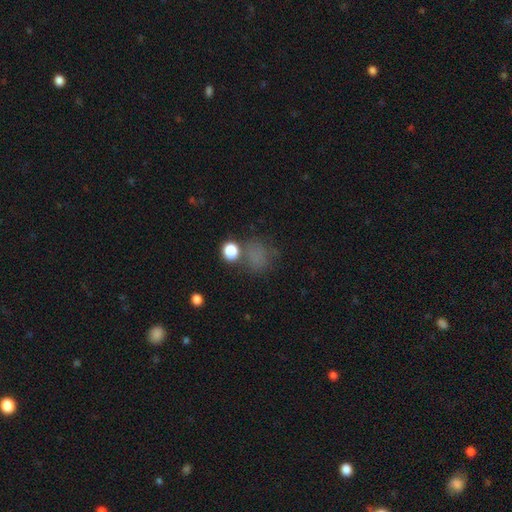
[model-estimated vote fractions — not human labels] Q: Smooth or featured?
A: smooth (65%); runner-up: star or artifact (25%)
Q: How rounded?
A: round (75%); runner-up: in between (24%)
Q: Merging?
A: none (59%); runner-up: minor disturbance (18%)